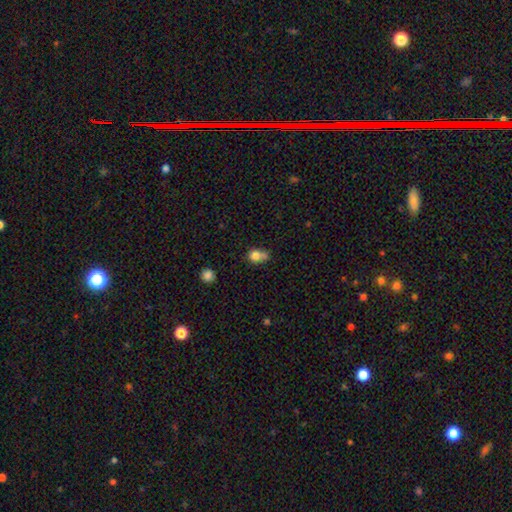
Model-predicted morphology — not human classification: smooth_or_featured: smooth (p=0.77) [alt: star or artifact p=0.12]
how_rounded: round (p=0.67) [alt: in between p=0.31]
merging: none (p=0.39) [alt: merger p=0.27]